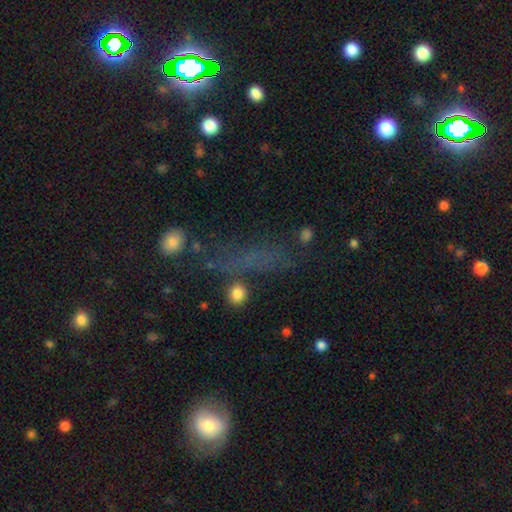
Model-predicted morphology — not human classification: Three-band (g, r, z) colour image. It shows a smooth galaxy with no disk features (45%). Merging: none (56%).